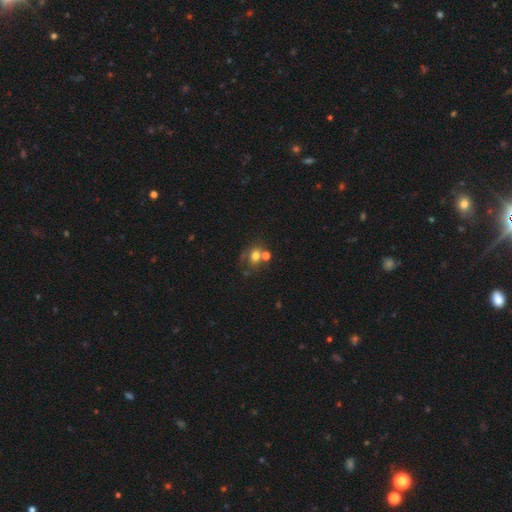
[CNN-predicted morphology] Smooth or featured?
  - smooth: 65% *
  - featured or disk: 20%
  - star or artifact: 15%
How rounded?
  - round: 55% *
  - in between: 43%
  - cigar-shaped: 1%
Merging?
  - none: 40% *
  - merger: 34%
  - minor disturbance: 15%
  - major disturbance: 10%